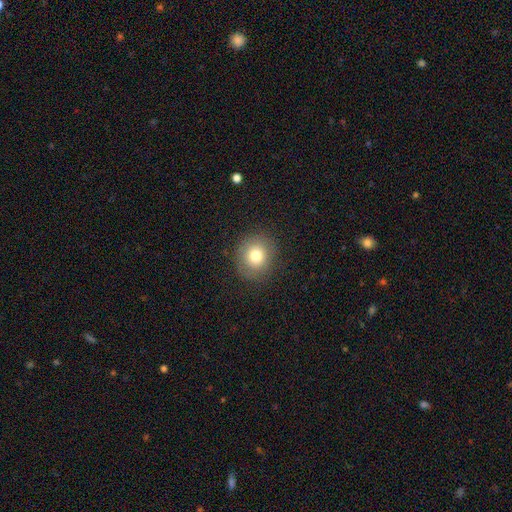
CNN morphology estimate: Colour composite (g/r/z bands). It shows a smooth galaxy with no disk features (77%) that is round (87%). Merging: none (86%).